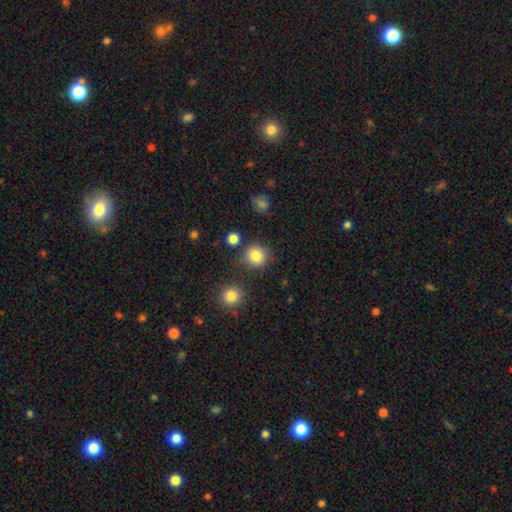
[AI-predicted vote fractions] smooth_or_featured: smooth (p=0.83) [alt: star or artifact p=0.12]
how_rounded: round (p=0.89) [alt: in between p=0.10]
merging: none (p=0.82) [alt: minor disturbance p=0.09]